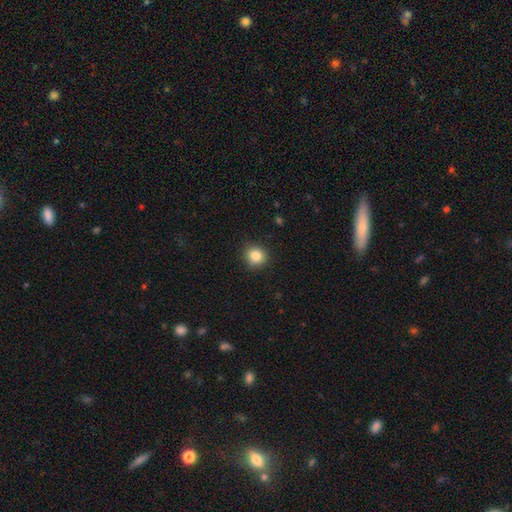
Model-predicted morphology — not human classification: Smooth or featured? smooth (84%)
How rounded? round (84%)
Merging? none (86%)